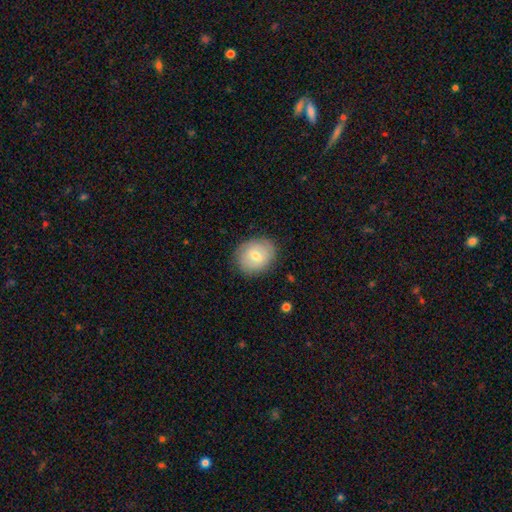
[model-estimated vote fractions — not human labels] Smooth or featured?
  - smooth: 70% *
  - featured or disk: 22%
  - star or artifact: 8%
How rounded?
  - round: 57% *
  - in between: 42%
  - cigar-shaped: 1%
Merging?
  - none: 84% *
  - minor disturbance: 12%
  - major disturbance: 3%
  - merger: 1%